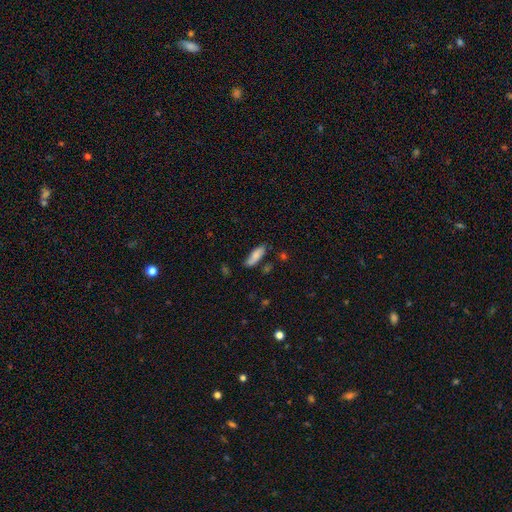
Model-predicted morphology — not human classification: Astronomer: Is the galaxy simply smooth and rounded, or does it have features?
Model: smooth — 80%.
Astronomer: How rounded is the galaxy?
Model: in between — 58% (runner-up: cigar-shaped, 40%).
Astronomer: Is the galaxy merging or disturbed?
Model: none — 66%.